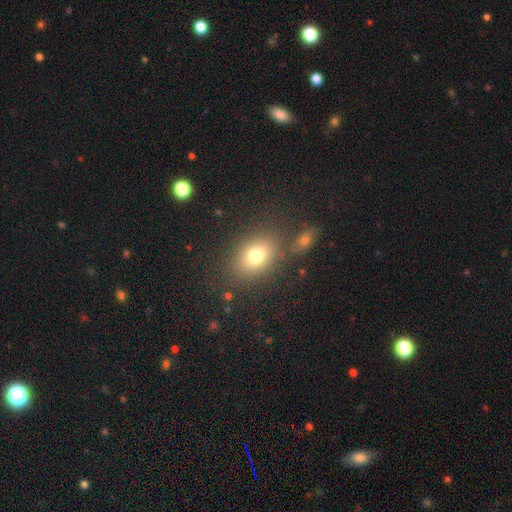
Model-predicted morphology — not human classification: smooth_or_featured: smooth (p=0.74) [alt: star or artifact p=0.13]
how_rounded: in between (p=0.64) [alt: round p=0.34]
merging: none (p=0.75) [alt: minor disturbance p=0.11]